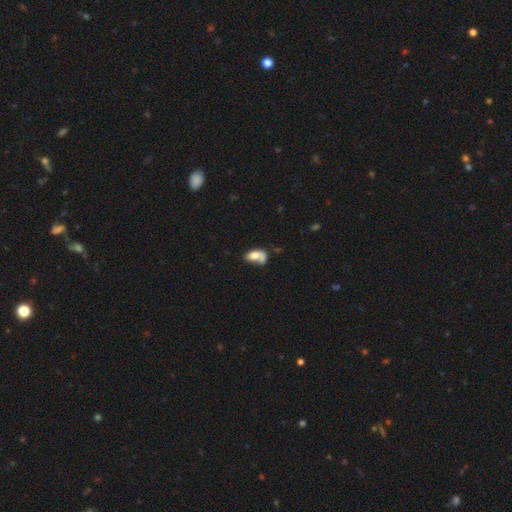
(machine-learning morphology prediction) Q: Smooth or featured?
A: smooth (67%); runner-up: featured or disk (24%)
Q: How rounded?
A: in between (87%); runner-up: round (9%)
Q: Merging?
A: merger (39%); runner-up: none (26%)